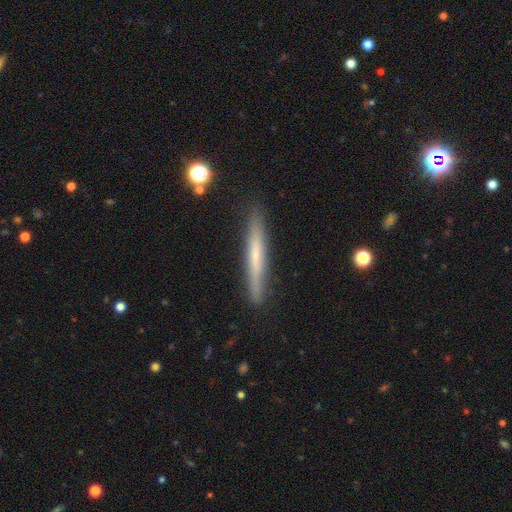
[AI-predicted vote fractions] Smooth or featured?
  - smooth: 50% *
  - featured or disk: 43%
  - star or artifact: 7%
How rounded?
  - cigar-shaped: 96% *
  - in between: 3%
  - round: 1%
Merging?
  - none: 89% *
  - minor disturbance: 8%
  - major disturbance: 2%
  - merger: 1%